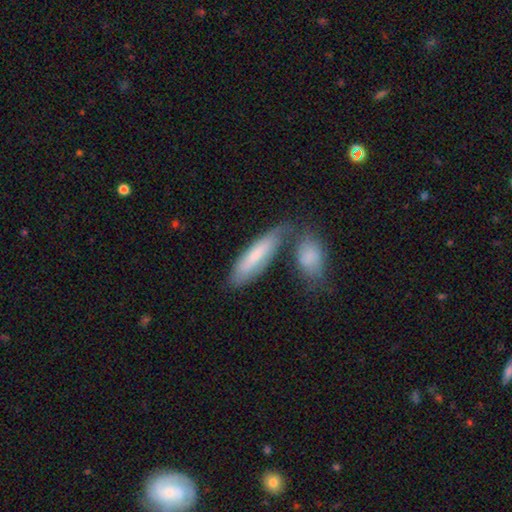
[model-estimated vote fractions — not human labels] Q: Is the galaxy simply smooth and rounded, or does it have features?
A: smooth — 71%.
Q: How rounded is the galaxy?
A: cigar-shaped — 58%.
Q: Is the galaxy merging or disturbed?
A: none — 49%.